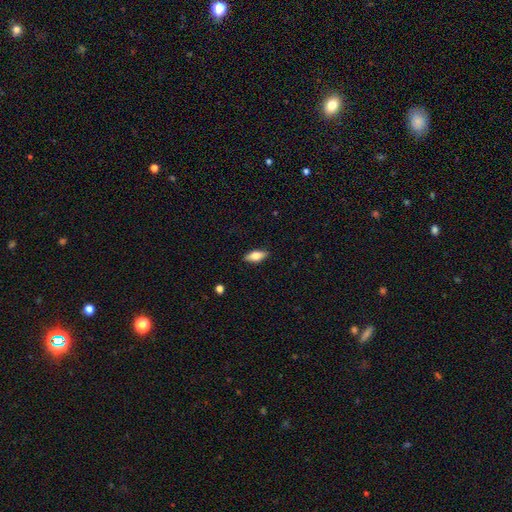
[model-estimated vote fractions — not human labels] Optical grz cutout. It shows a smooth galaxy with no disk features (68%) that is in between round and cigar-shaped (77%). Merging: none (88%).